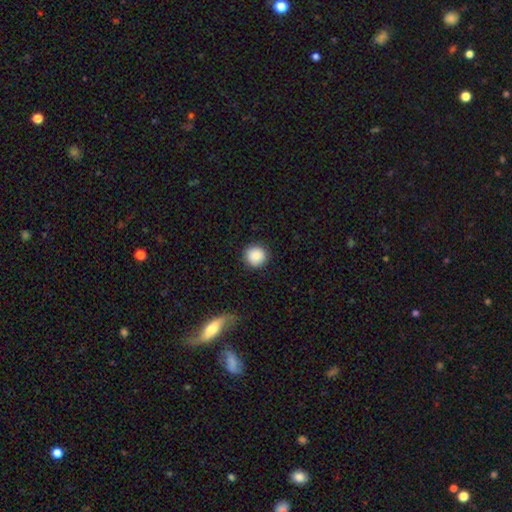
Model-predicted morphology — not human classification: Q: Smooth or featured?
A: smooth (88%); runner-up: star or artifact (8%)
Q: How rounded?
A: round (95%); runner-up: in between (5%)
Q: Merging?
A: none (90%); runner-up: minor disturbance (7%)